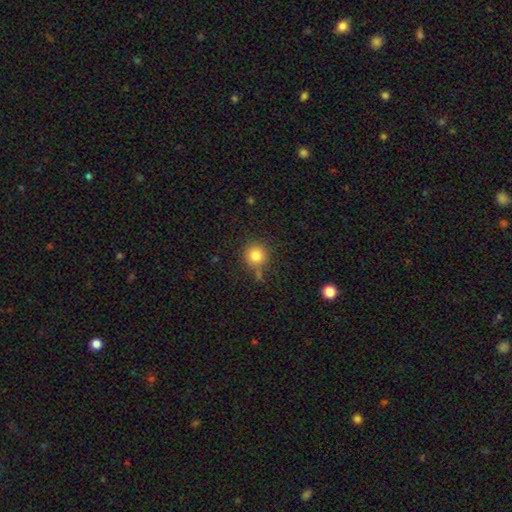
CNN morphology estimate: A smooth galaxy with no disk features (82%) that is round (93%). Merging: none (79%).